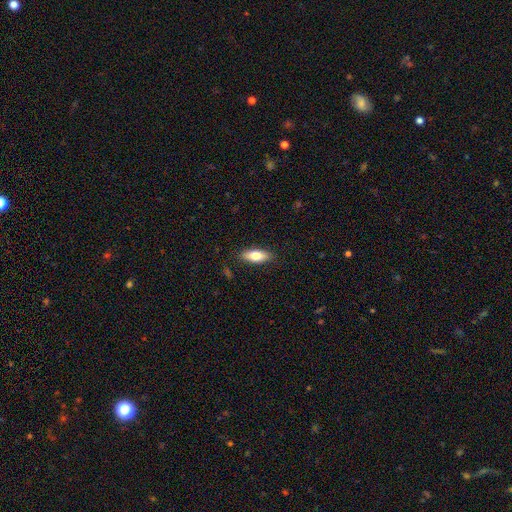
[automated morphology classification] Q: Smooth or featured?
A: smooth (74%); runner-up: featured or disk (19%)
Q: How rounded?
A: in between (76%); runner-up: cigar-shaped (22%)
Q: Merging?
A: none (87%); runner-up: minor disturbance (10%)